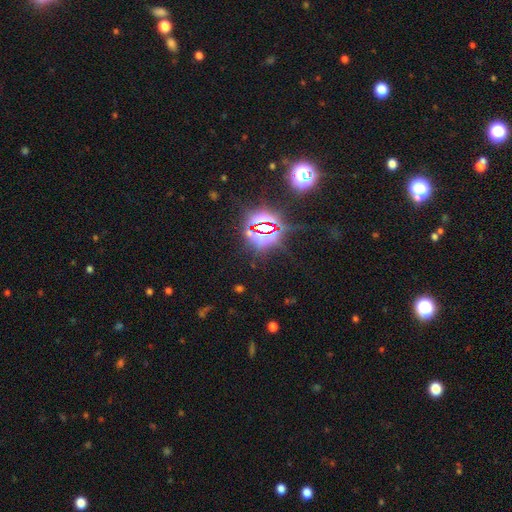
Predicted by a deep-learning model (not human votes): The model was most divided on "smooth or featured": star or artifact: 81%, smooth: 12%, featured or disk: 7%.